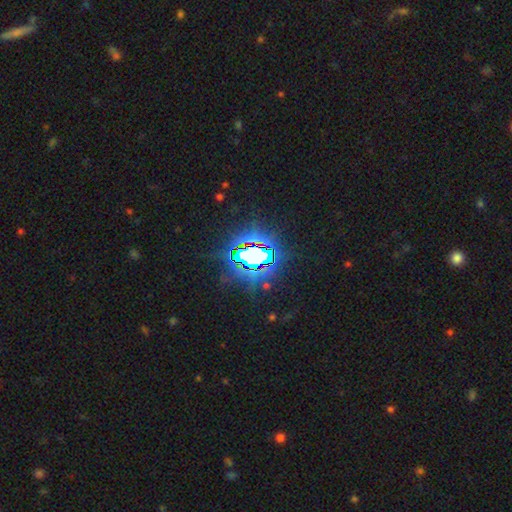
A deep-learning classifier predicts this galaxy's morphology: This is likely a star or artifact rather than a galaxy (77%).